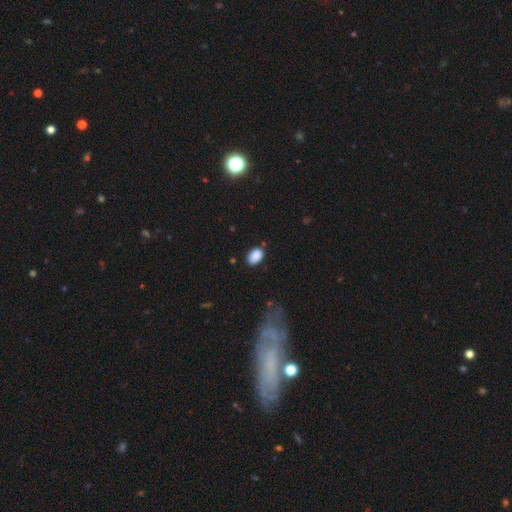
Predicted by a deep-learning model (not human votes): Q: Smooth or featured?
A: smooth (88%); runner-up: star or artifact (8%)
Q: How rounded?
A: in between (83%); runner-up: round (16%)
Q: Merging?
A: none (80%); runner-up: minor disturbance (14%)